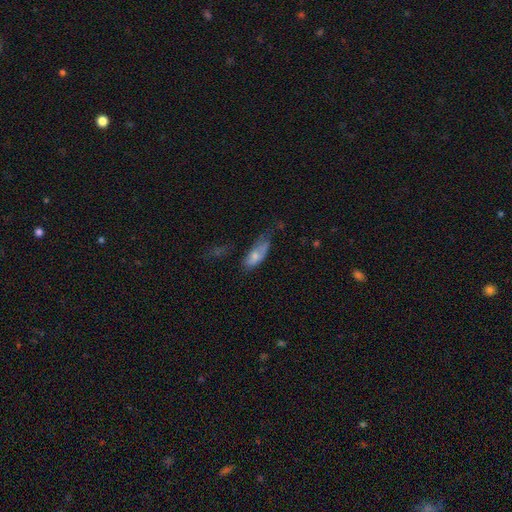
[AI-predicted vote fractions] Morphology: type=smooth (68%); roundness=in between (76%); merging=minor disturbance (37%).